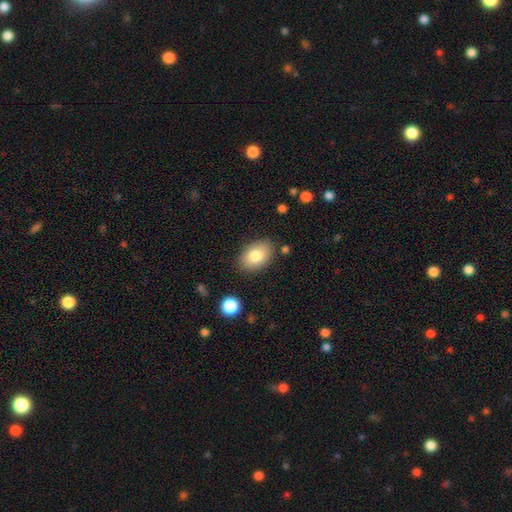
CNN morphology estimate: type=smooth (81%); roundness=in between (86%); merging=none (83%).